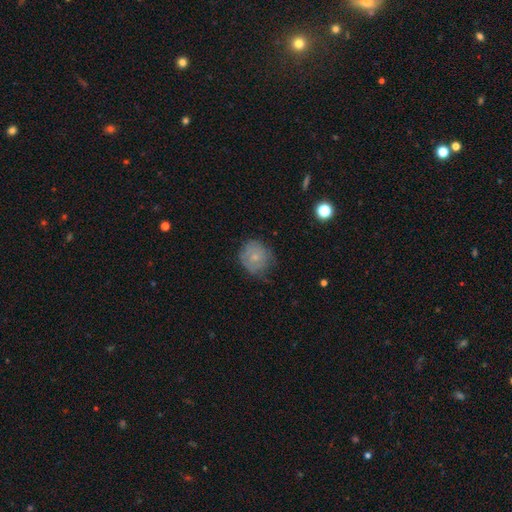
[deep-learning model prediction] Smooth or featured: smooth — 59% (featured or disk — 32%)
How rounded: round — 80% (in between — 19%)
Merging: none — 60% (minor disturbance — 29%)